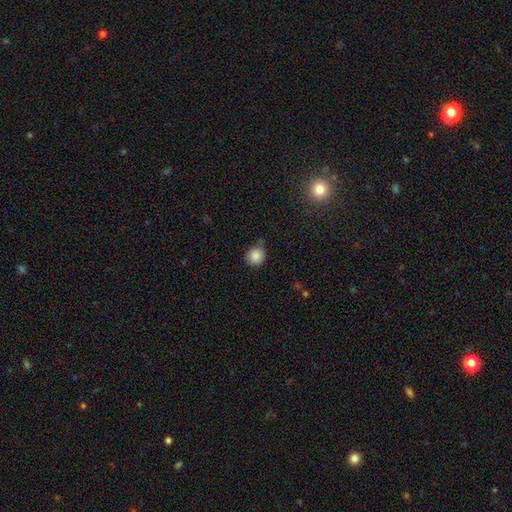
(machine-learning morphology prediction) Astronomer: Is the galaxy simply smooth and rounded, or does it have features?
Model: smooth — 86%.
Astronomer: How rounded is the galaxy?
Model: round — 87%.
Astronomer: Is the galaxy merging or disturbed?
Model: none — 58%.